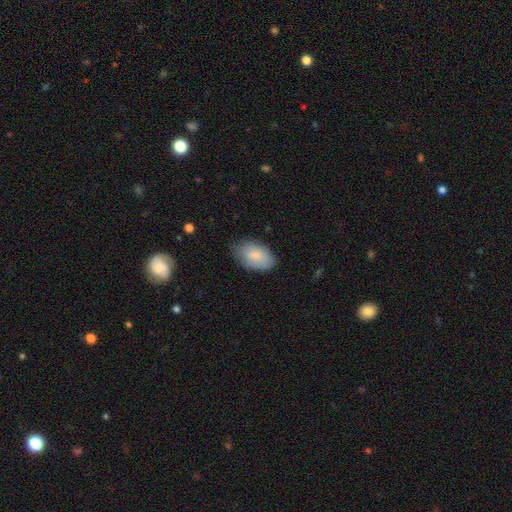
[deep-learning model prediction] Q: Smooth or featured?
A: smooth (84%); runner-up: featured or disk (10%)
Q: How rounded?
A: in between (94%); runner-up: round (5%)
Q: Merging?
A: none (68%); runner-up: minor disturbance (26%)